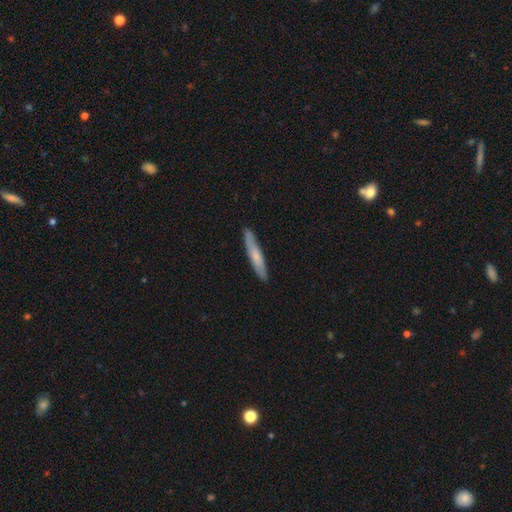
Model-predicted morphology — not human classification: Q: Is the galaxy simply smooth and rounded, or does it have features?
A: smooth — 65%.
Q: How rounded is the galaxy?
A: cigar-shaped — 93%.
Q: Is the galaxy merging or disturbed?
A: none — 89%.